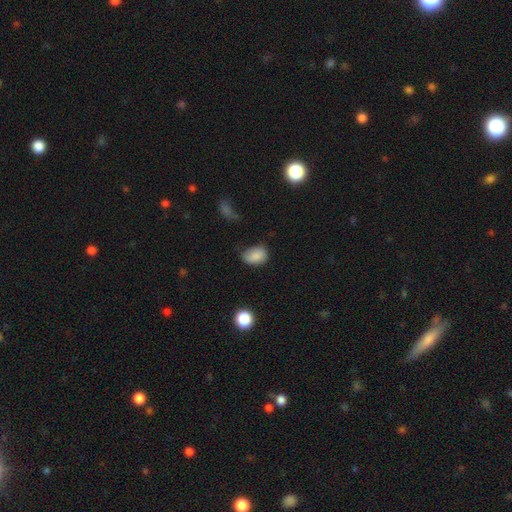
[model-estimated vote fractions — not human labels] Smooth or featured? Predicted: smooth (p=0.85). How rounded? Predicted: in between (p=0.75). Merging? Predicted: none (p=0.58).